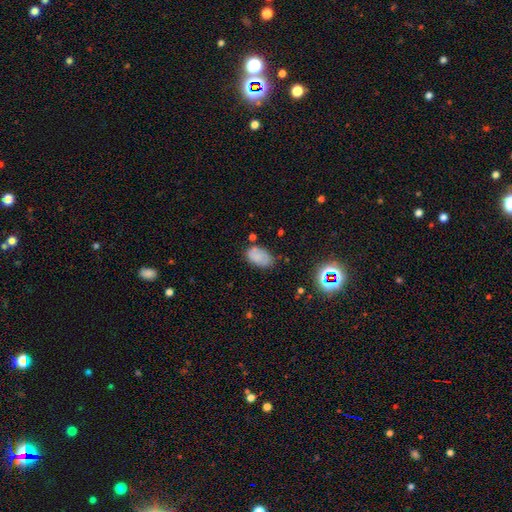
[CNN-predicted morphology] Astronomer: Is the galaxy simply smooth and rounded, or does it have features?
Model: smooth — 76%.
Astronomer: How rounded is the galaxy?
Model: in between — 92%.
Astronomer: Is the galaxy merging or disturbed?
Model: none — 64%.